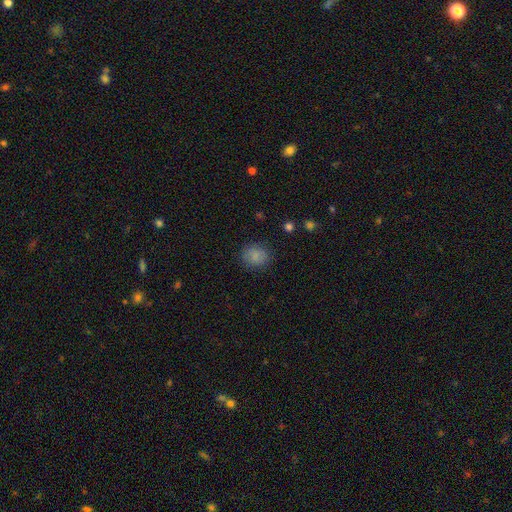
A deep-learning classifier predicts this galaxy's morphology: smooth-or-featured: smooth: 83% | star or artifact: 10% | featured or disk: 7%
  how-rounded: round: 70% | in between: 29% | cigar-shaped: 1%
  merging: none: 82% | minor disturbance: 13% | major disturbance: 4% | merger: 1%